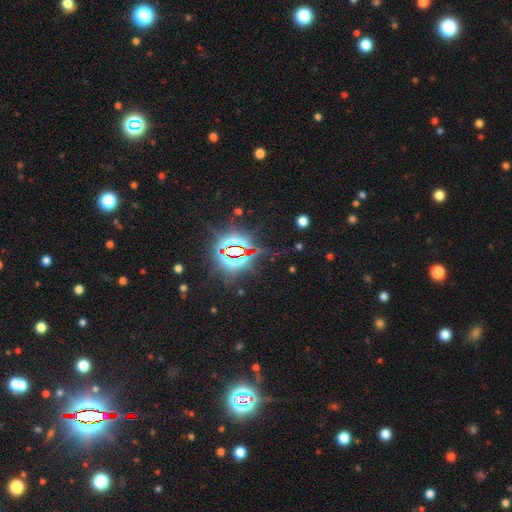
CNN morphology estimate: Overall: star or artifact (84%).